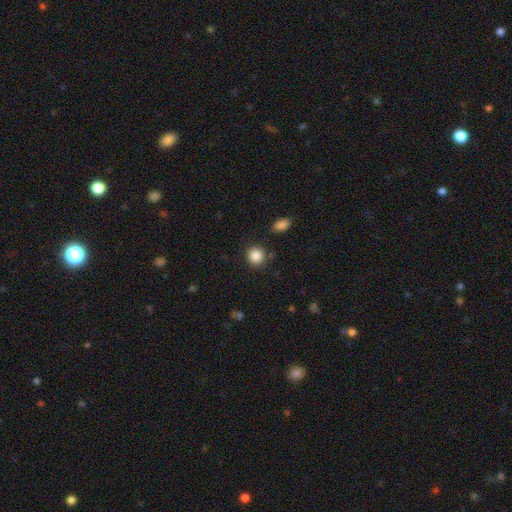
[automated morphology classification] This is clearly a smooth galaxy (87%). How rounded: clearly round (90%). Merging: clearly none (85%).